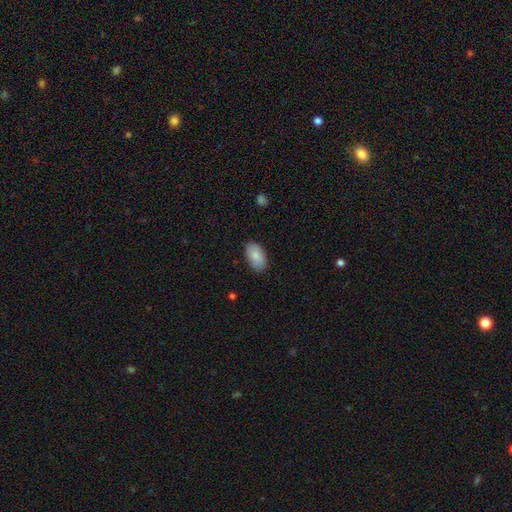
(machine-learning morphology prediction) Smooth or featured: smooth — 86% (featured or disk — 7%)
How rounded: in between — 94% (round — 4%)
Merging: none — 85% (minor disturbance — 12%)